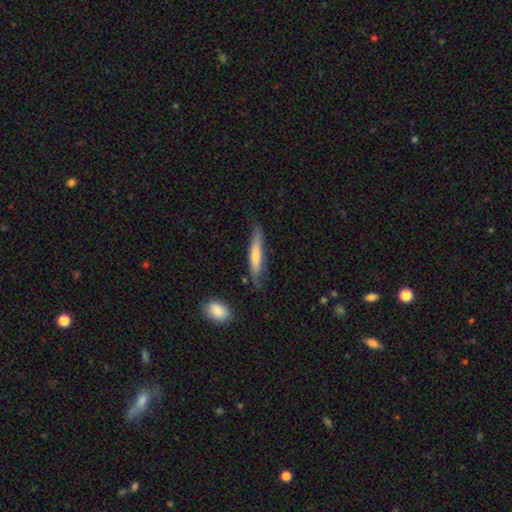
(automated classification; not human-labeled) Morphology: type=smooth (54%); roundness=cigar-shaped (90%); merging=none (74%).